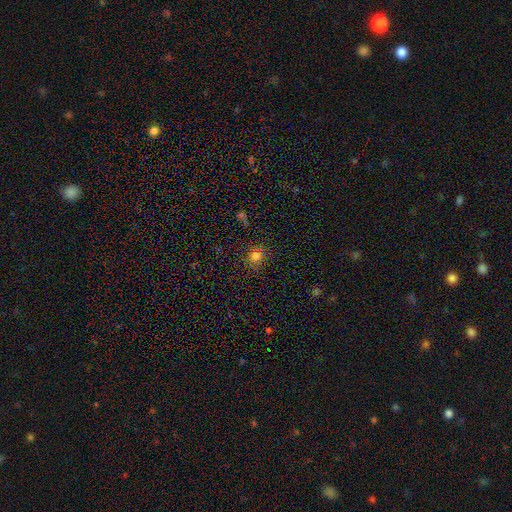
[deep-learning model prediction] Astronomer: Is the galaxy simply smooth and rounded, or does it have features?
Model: smooth — 79%.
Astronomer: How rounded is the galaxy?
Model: round — 85%.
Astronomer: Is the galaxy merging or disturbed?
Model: none — 86%.